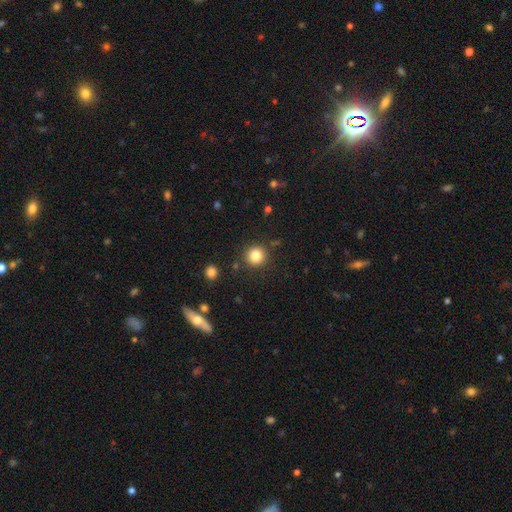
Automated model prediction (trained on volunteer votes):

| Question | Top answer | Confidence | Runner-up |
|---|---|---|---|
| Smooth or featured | smooth | 82% | star or artifact (12%) |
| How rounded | round | 93% | in between (6%) |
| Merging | none | 88% | minor disturbance (7%) |